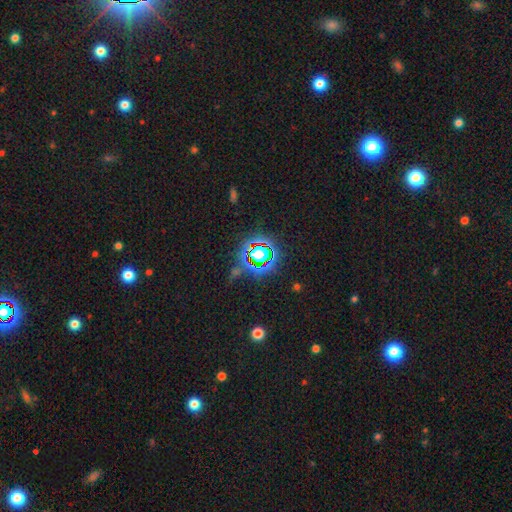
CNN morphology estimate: This is likely a star or artifact rather than a galaxy (72%).